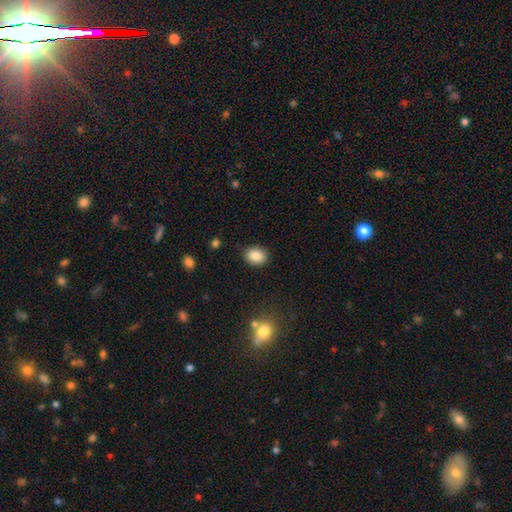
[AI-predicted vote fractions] This appears to be a smooth galaxy with no disk features (85%) that is in between round and cigar-shaped (55%). Merging: none (88%).